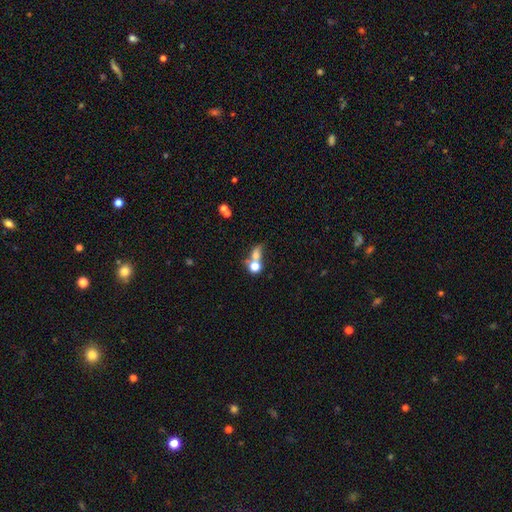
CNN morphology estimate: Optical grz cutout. It shows a smooth galaxy with no disk features (65%) that is round (59%). Merging: merger (58%).